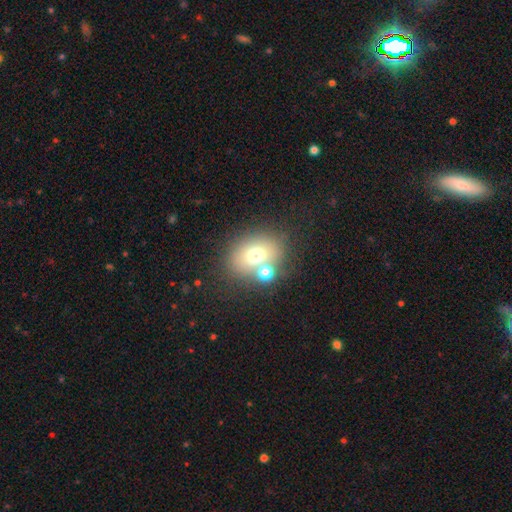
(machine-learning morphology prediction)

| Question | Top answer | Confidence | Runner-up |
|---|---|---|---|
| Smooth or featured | smooth | 67% | featured or disk (17%) |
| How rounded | round | 50% | in between (49%) |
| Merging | none | 60% | merger (25%) |